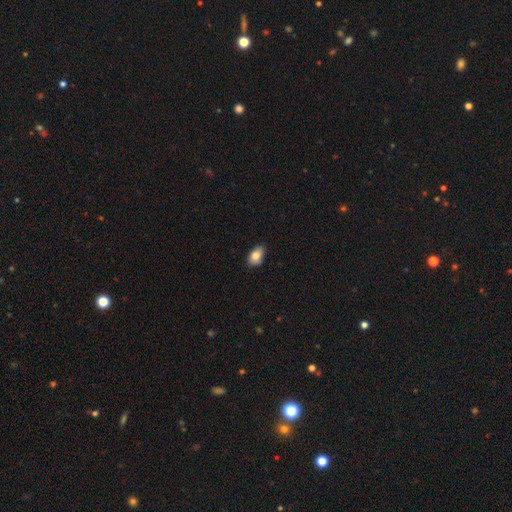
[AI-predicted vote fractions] A smooth galaxy with no disk features (82%) that is in between round and cigar-shaped (89%).

Vote fractions:
- Smooth or featured? smooth: 82% / featured or disk: 11% / star or artifact: 8%
- How rounded? in between: 89% / round: 10% / cigar-shaped: 1%
- Merging? none: 79% / minor disturbance: 18% / major disturbance: 2% / merger: 1%